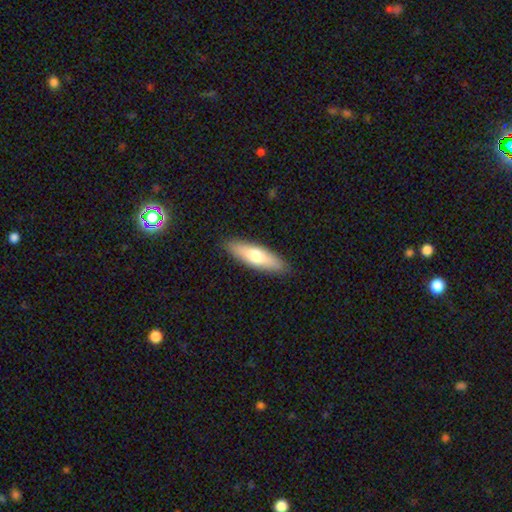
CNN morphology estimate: A smooth galaxy with no disk features (65%) that is cigar-shaped (57%). Merging: none (89%).